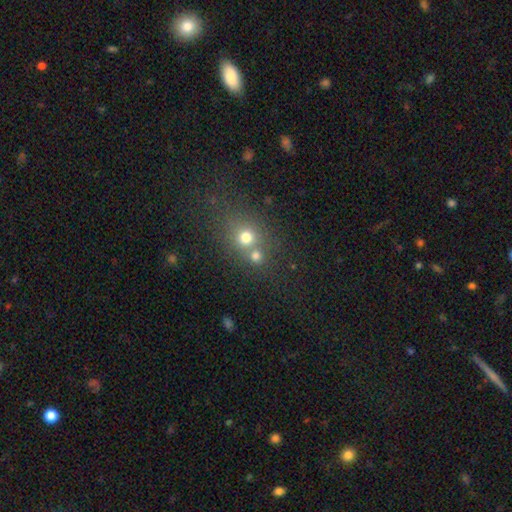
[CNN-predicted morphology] type=smooth (72%); roundness=round (86%); merging=none (51%).